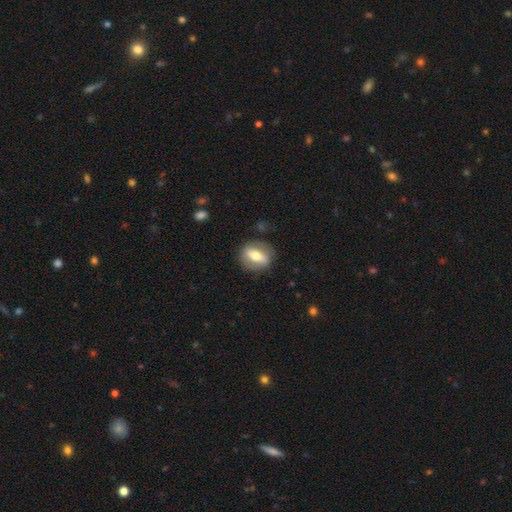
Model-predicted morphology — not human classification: smooth-or-featured: featured or disk: 47% | smooth: 46% | star or artifact: 7%
  merging: none: 80% | minor disturbance: 13% | major disturbance: 5% | merger: 1%